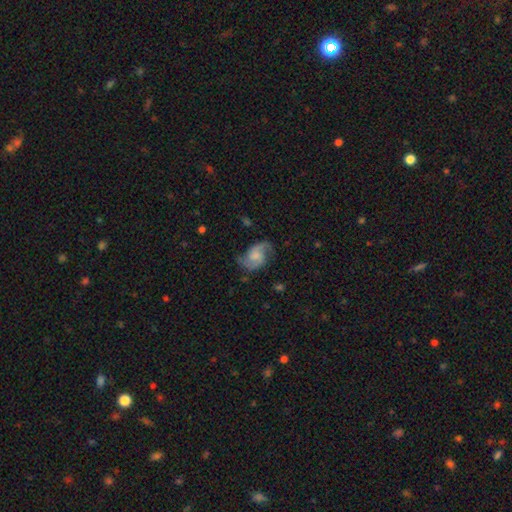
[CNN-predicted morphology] This appears to be a featured or disk galaxy (82%) with no bar (60%), 2 (92%) medium (50%) spiral arms (97%) and a small central bulge (40%). Merging: none (72%).